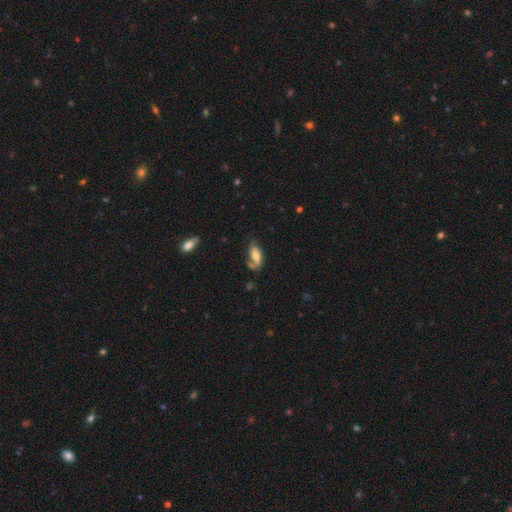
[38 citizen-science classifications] Q: Smooth or featured?
A: smooth (76%); runner-up: featured or disk (18%)
Q: How rounded?
A: in between (62%); runner-up: cigar-shaped (38%)
Q: Merging?
A: none (58%); runner-up: minor disturbance (22%)